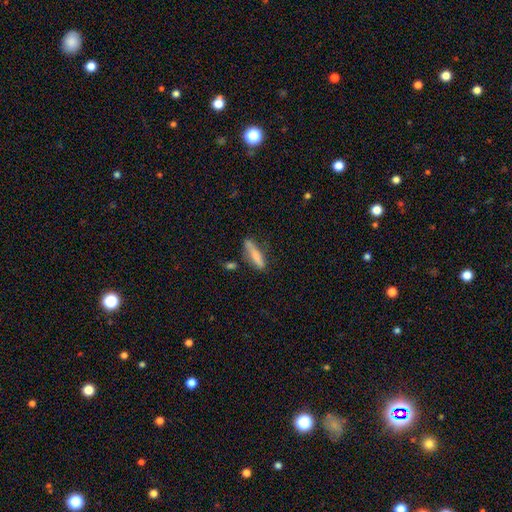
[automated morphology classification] smooth-or-featured: smooth: 75% | featured or disk: 18% | star or artifact: 7%
  how-rounded: cigar-shaped: 75% | in between: 23% | round: 2%
  merging: none: 61% | minor disturbance: 23% | merger: 8% | major disturbance: 7%